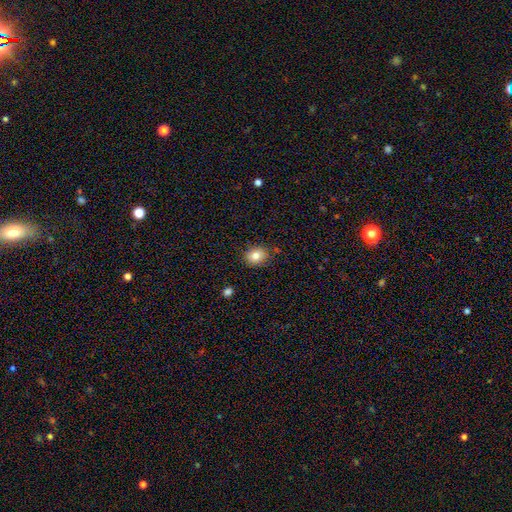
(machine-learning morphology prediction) Overall: smooth (80%). How rounded: round (61%; in between 38%). Merging: none (82%).